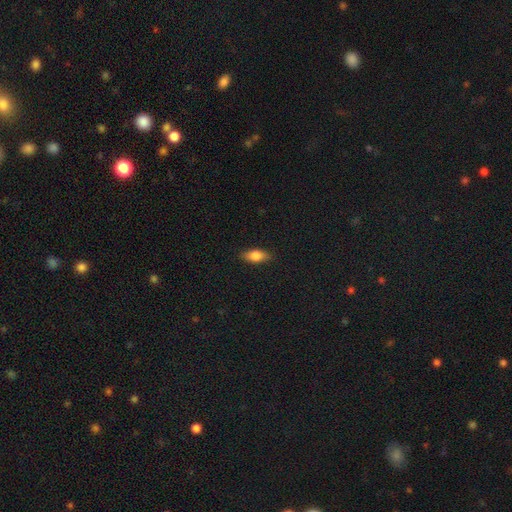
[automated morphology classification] Overall: smooth (81%). How rounded: in between (85%). Merging: none (87%).